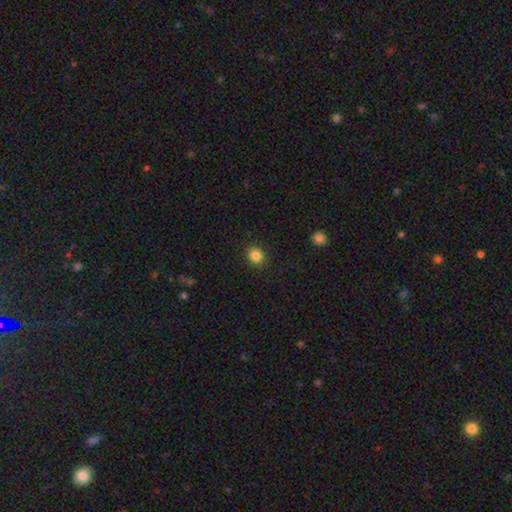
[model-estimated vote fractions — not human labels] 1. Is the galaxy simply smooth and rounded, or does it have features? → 85% smooth, 11% star or artifact, 4% featured or disk.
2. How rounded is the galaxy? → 77% round, 22% in between, 1% cigar-shaped.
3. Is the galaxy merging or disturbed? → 89% none, 8% minor disturbance, 2% major disturbance, 1% merger.